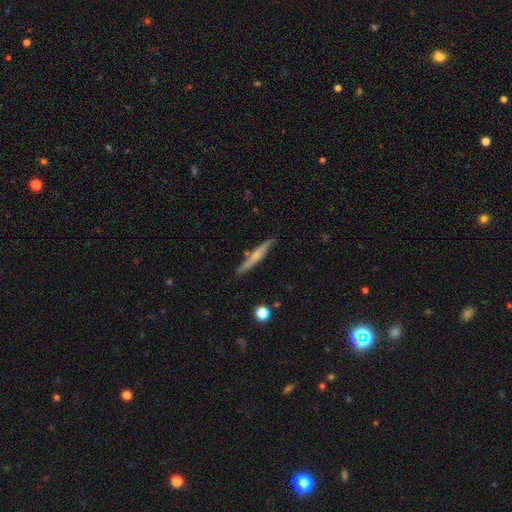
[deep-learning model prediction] A smooth galaxy with no disk features (47%, tied with featured or disk).

Vote fractions:
- Smooth or featured? smooth: 47% (tied) / featured or disk: 47% (tied) / star or artifact: 6%
- Merging? none: 81% / minor disturbance: 13% / merger: 4% / major disturbance: 2%